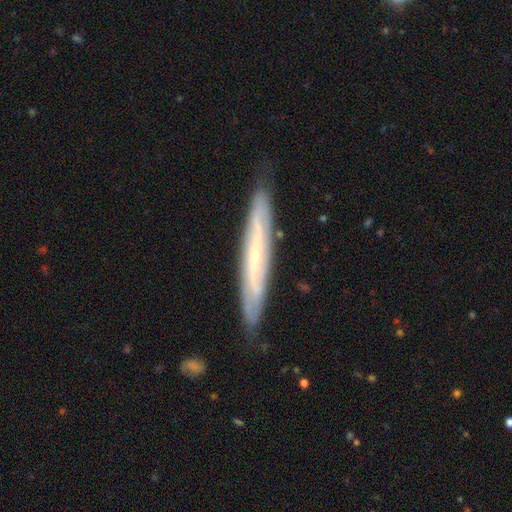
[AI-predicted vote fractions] The model was most divided on "smooth or featured": featured or disk: 67%, smooth: 27%, star or artifact: 7%. More confident: merging — none (83%); edge-on disk — yes (71%).